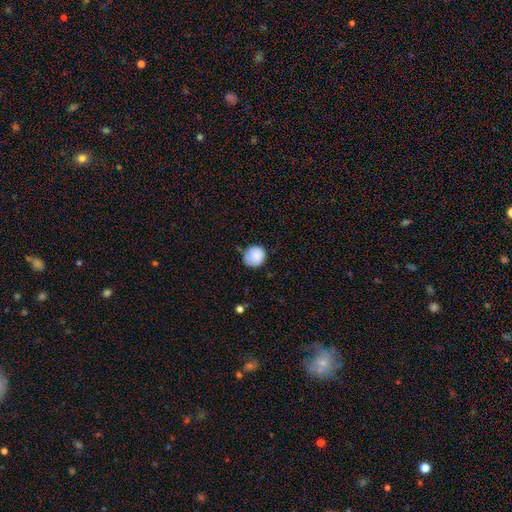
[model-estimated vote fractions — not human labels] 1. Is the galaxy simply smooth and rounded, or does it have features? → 83% smooth, 9% featured or disk, 8% star or artifact.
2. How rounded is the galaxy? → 79% round, 21% in between, 1% cigar-shaped.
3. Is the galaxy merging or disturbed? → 61% none, 30% minor disturbance, 7% major disturbance, 3% merger.